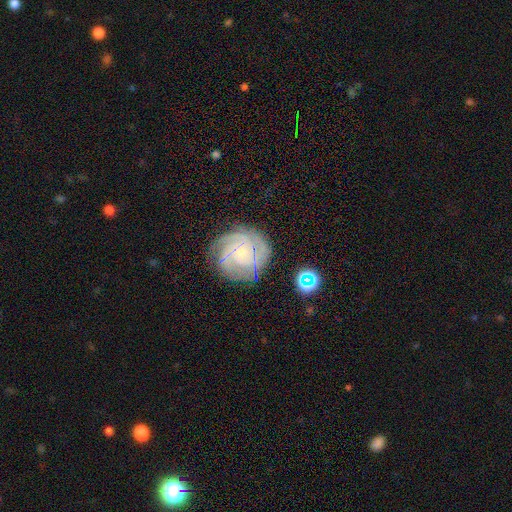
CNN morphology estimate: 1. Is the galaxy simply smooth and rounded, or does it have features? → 84% featured or disk, 9% smooth, 7% star or artifact.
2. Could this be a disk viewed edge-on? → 98% no, 2% yes.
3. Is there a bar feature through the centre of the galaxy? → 79% no, 17% weak, 4% strong.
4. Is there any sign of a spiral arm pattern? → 97% yes, 3% no.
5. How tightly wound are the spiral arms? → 76% tight, 20% medium, 4% loose.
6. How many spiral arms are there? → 28% 3, 26% 4, 21% can't tell, 11% 2, 8% more than 4, 6% 1.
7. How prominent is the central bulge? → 83% small, 13% moderate, 2% none, 1% large, 1% dominant.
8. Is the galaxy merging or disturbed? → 78% none, 15% minor disturbance, 5% major disturbance, 2% merger.